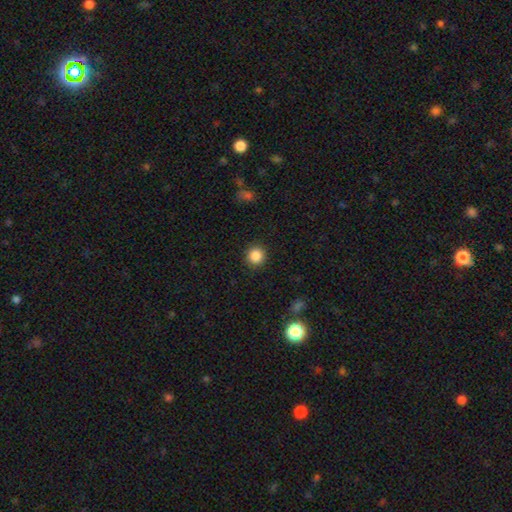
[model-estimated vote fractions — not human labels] Morphology: type=smooth (86%); roundness=round (92%); merging=none (91%).